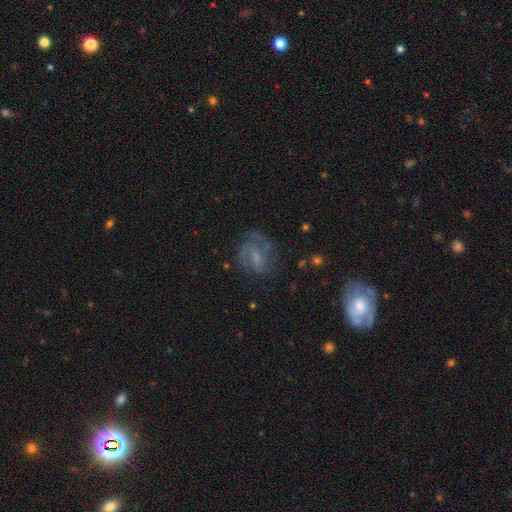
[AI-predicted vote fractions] smooth-or-featured: featured or disk: 61% | smooth: 26% | star or artifact: 13%
  disk-edge-on: no: 97% | yes: 3%
    bar: weak: 46% | no: 40% | strong: 14%
    has-spiral-arms: yes: 81% | no: 19%
    bulge-size: none: 36% (tied) | small: 36% (tied) | moderate: 24% | large: 4% | dominant: 1%
  merging: none: 57% | minor disturbance: 21% | major disturbance: 19% | merger: 3%